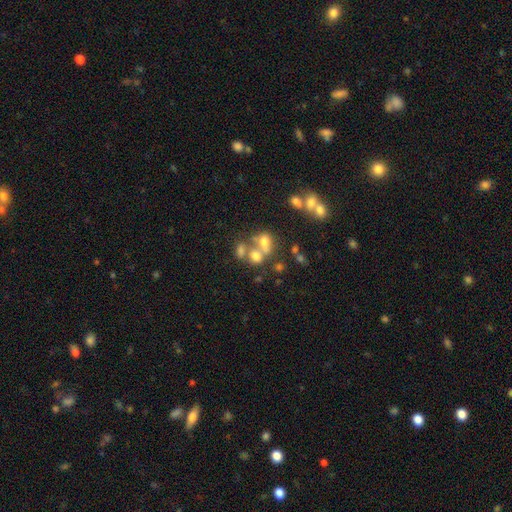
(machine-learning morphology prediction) smooth_or_featured: smooth (p=0.61) [alt: featured or disk p=0.21]
how_rounded: in between (p=0.49) [tied with: round p=0.49]
merging: merger (p=0.52) [alt: none p=0.31]